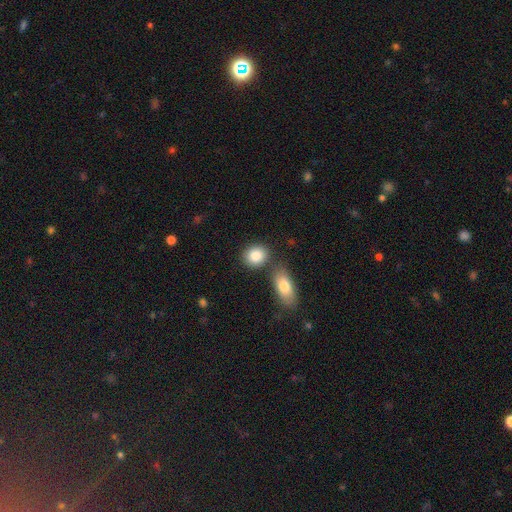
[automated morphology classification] This appears to be a smooth galaxy with no disk features (86%) that is round (55%). Merging: none (67%).